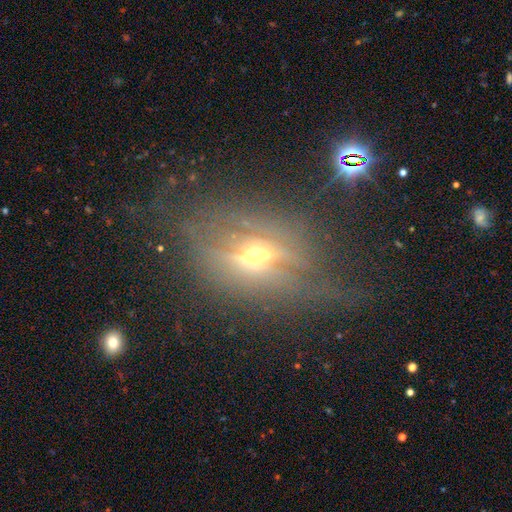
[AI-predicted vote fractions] The model was most divided on "merging": none: 54%, major disturbance: 23%, minor disturbance: 20%, merger: 3%. More confident: edge-on disk — yes (68%); smooth or featured — featured or disk (65%).